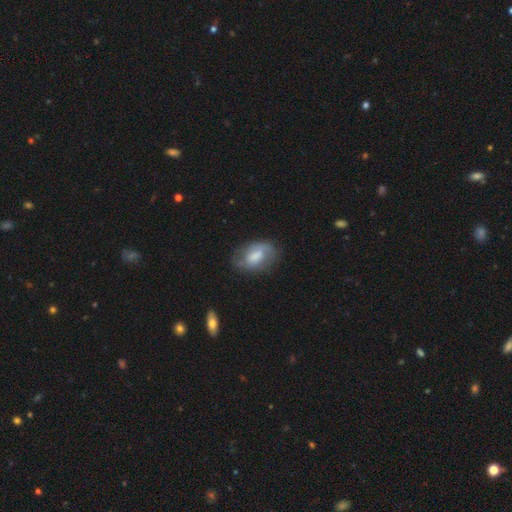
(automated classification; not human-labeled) smooth_or_featured: smooth (p=0.50) [alt: featured or disk p=0.42]
how_rounded: in between (p=0.86) [alt: round p=0.12]
merging: none (p=0.61) [alt: minor disturbance p=0.25]